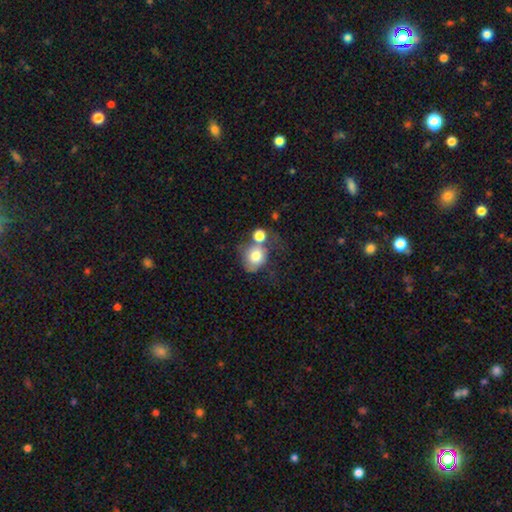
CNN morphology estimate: smooth_or_featured: smooth (p=0.73) [alt: featured or disk p=0.18]
how_rounded: round (p=0.71) [alt: in between p=0.28]
merging: merger (p=0.38) [alt: none p=0.29]